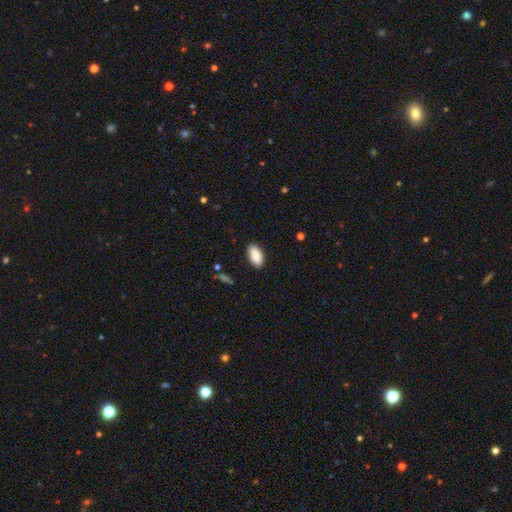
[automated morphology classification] Smooth or featured? Predicted: smooth (p=0.88). How rounded? Predicted: in between (p=0.93). Merging? Predicted: none (p=0.87).